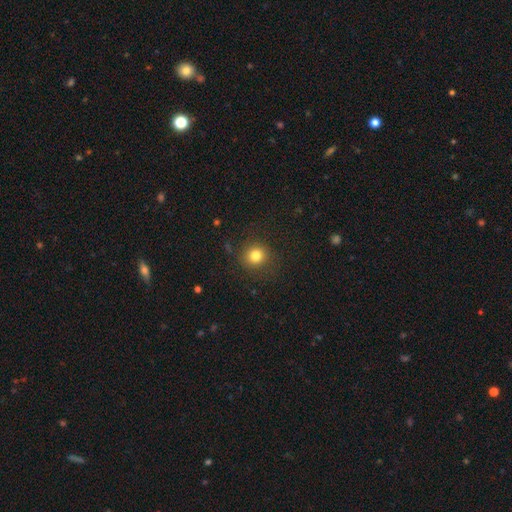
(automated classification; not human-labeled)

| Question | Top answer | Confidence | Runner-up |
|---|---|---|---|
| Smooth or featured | smooth | 80% | star or artifact (13%) |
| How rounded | round | 90% | in between (9%) |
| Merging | none | 87% | minor disturbance (8%) |